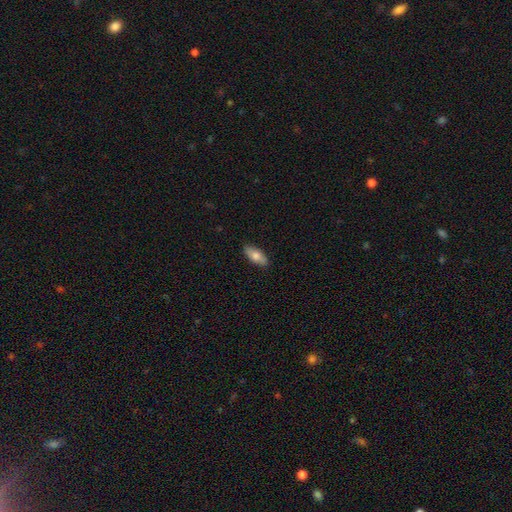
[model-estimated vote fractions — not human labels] Overall: smooth (74%). How rounded: in between (84%). Merging: none (87%).